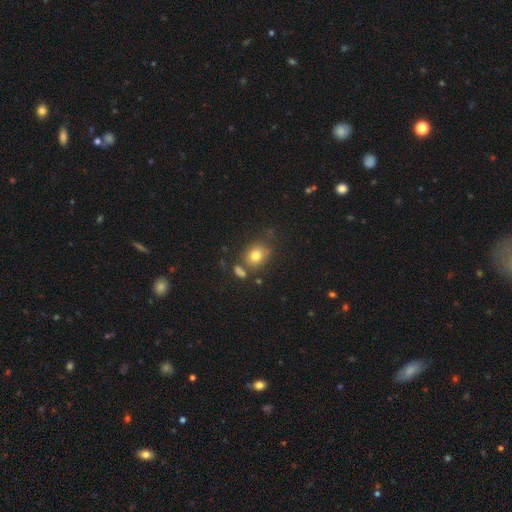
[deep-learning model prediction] Smooth or featured: smooth — 77% (star or artifact — 12%)
How rounded: round — 60% (in between — 39%)
Merging: none — 64% (minor disturbance — 16%)